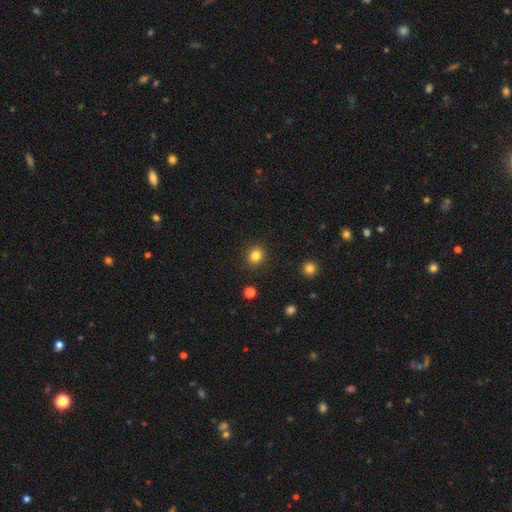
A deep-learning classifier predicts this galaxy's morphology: Smooth or featured? smooth (82%)
How rounded? round (74%)
Merging? none (90%)